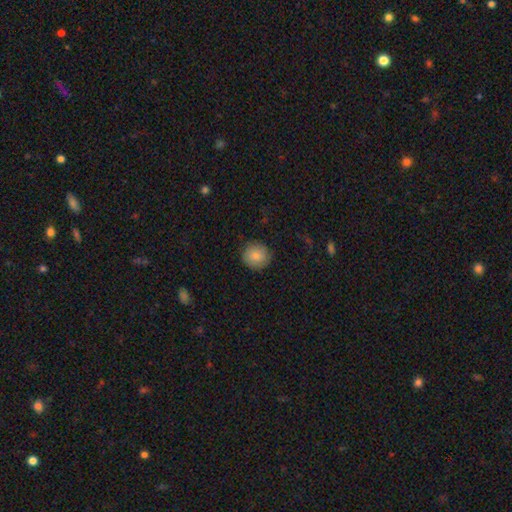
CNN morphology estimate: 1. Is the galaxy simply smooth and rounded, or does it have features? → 85% smooth, 8% featured or disk, 8% star or artifact.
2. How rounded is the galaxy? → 88% round, 11% in between, 1% cigar-shaped.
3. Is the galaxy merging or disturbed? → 87% none, 10% minor disturbance, 3% major disturbance, 1% merger.